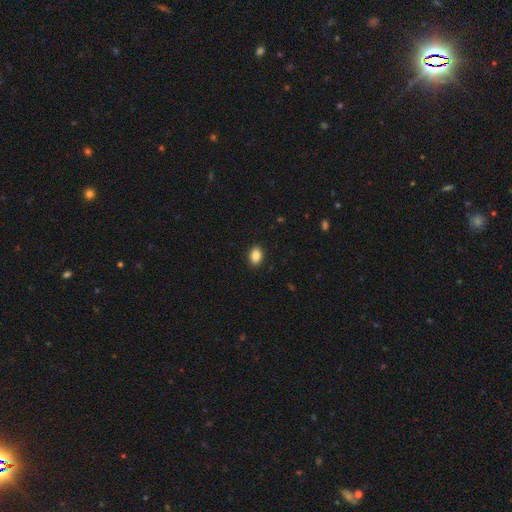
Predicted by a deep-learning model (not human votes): A smooth galaxy with no disk features (87%) that is in between round and cigar-shaped (78%).

Vote fractions:
- Smooth or featured? smooth: 87% / star or artifact: 9% / featured or disk: 5%
- How rounded? in between: 78% / round: 20% / cigar-shaped: 1%
- Merging? none: 91% / minor disturbance: 7% / major disturbance: 2% / merger: 1%